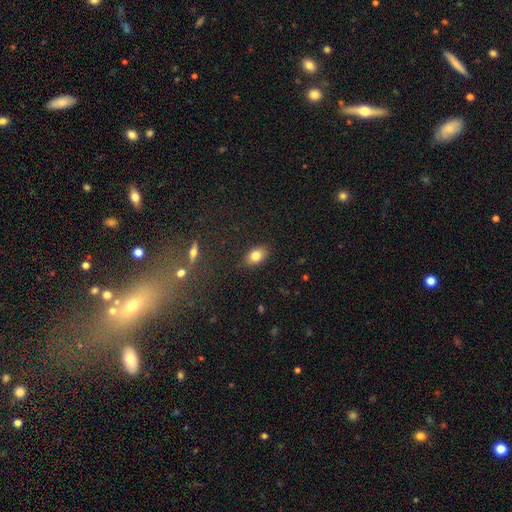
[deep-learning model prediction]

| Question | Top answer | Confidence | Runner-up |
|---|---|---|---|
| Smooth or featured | smooth | 79% | featured or disk (11%) |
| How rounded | in between | 82% | round (17%) |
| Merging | none | 86% | minor disturbance (10%) |